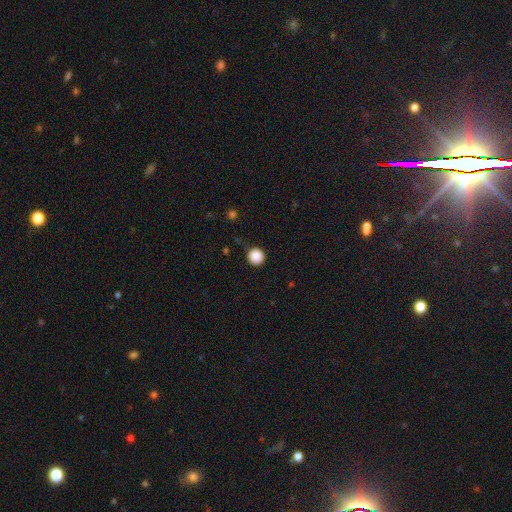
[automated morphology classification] smooth_or_featured: smooth (p=0.88) [alt: star or artifact p=0.09]
how_rounded: round (p=0.95) [alt: in between p=0.04]
merging: none (p=0.91) [alt: minor disturbance p=0.06]